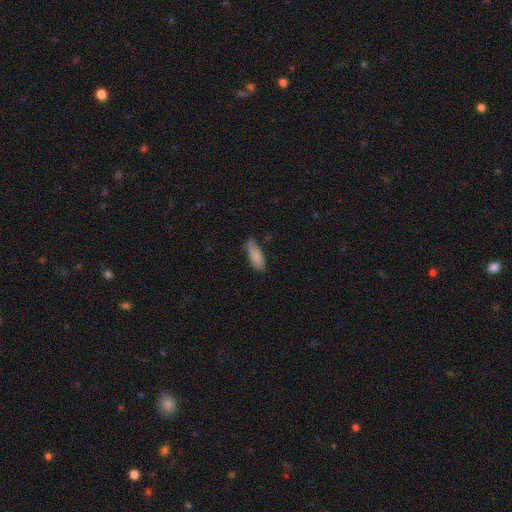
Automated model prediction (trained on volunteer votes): Morphology: type=smooth (87%); roundness=in between (66%); merging=none (74%).